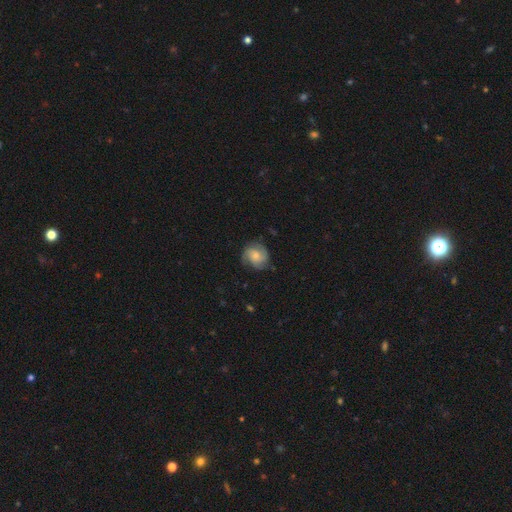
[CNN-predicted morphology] This is likely a featured or disk galaxy (60%). It is clearly not viewed edge-on (97%). Bar: likely no (71%). Spiral arm pattern: clearly yes (92%). Spiral arm count: marginally 3 (44%). Spiral winding: marginally medium (45%). Central bulge: possibly moderate (46%). Merging: likely none (74%).